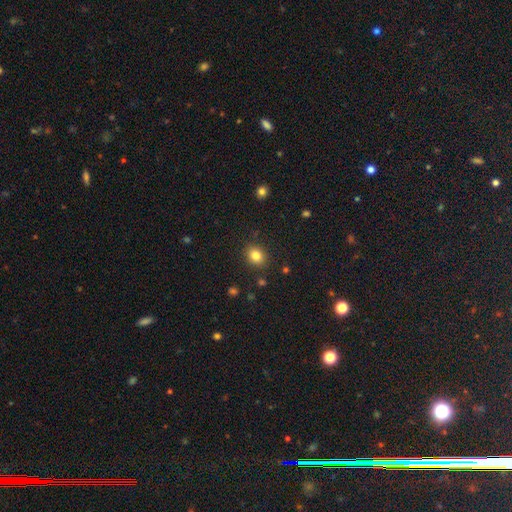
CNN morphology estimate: Overall: smooth (83%). How rounded: round (53%; in between 46%). Merging: none (88%).